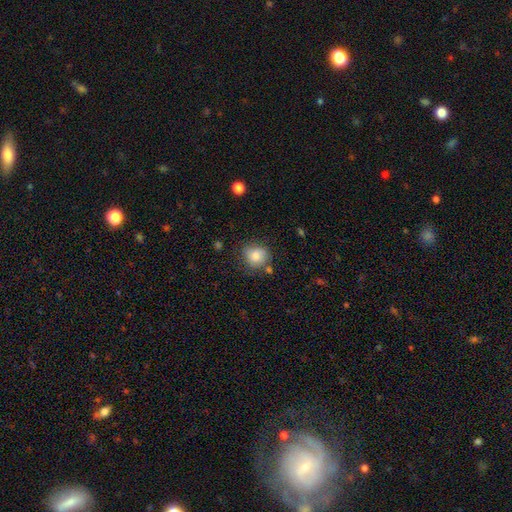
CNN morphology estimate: Overall: smooth (79%). How rounded: round (83%). Merging: none (73%).